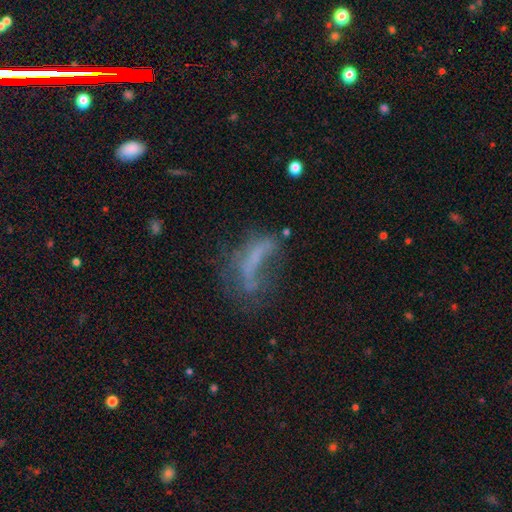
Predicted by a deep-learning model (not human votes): This is marginally a featured or disk galaxy (43%). Merging: marginally major disturbance (42%).